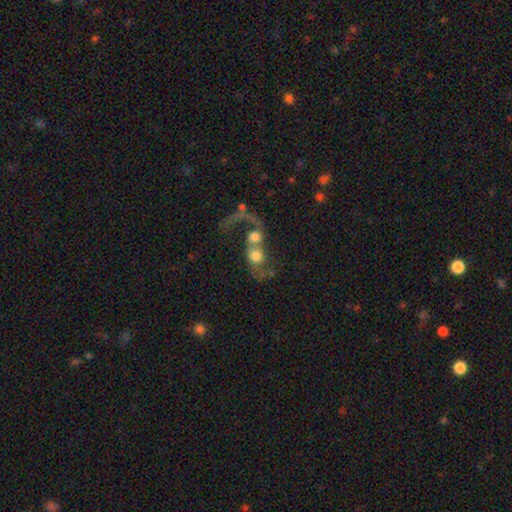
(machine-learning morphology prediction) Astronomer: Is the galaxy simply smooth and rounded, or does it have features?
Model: smooth — 46% (runner-up: featured or disk, 43%).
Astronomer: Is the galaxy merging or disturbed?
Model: merger — 78%.